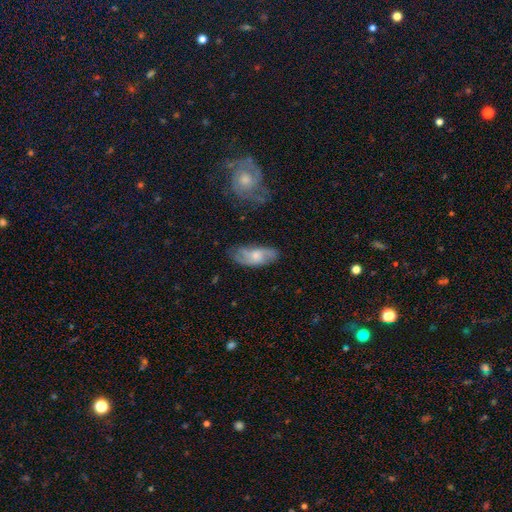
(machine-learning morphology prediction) smooth_or_featured: featured or disk (p=0.56) [alt: smooth p=0.37]
disk_edge_on: no (p=0.88) [alt: yes p=0.12]
merging: none (p=0.67) [alt: minor disturbance p=0.23]